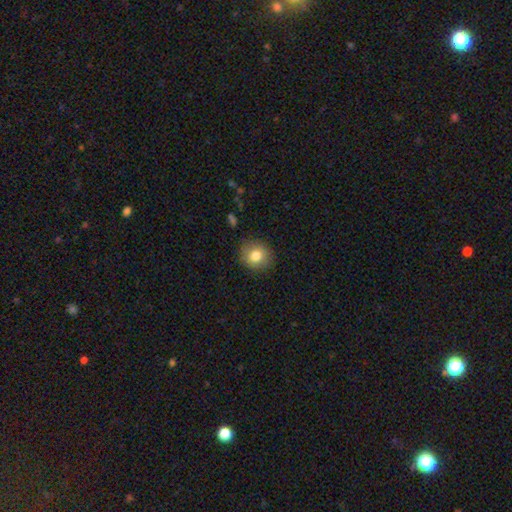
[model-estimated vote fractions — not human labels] Smooth or featured? smooth (81%)
How rounded? round (86%)
Merging? none (86%)